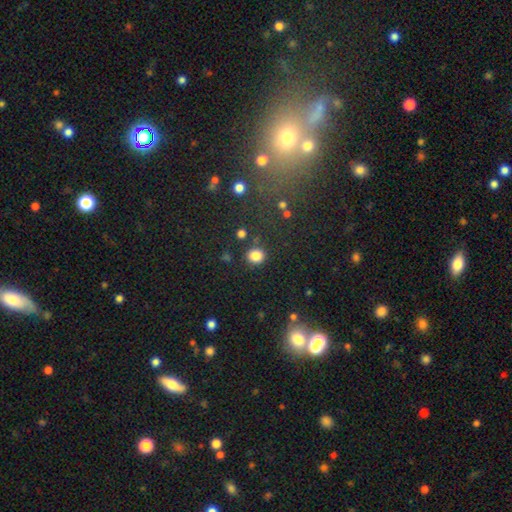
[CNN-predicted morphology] The model was most divided on "how rounded": round: 83%, in between: 16%, cigar-shaped: 1%. More confident: merging — none (84%); smooth or featured — smooth (84%).